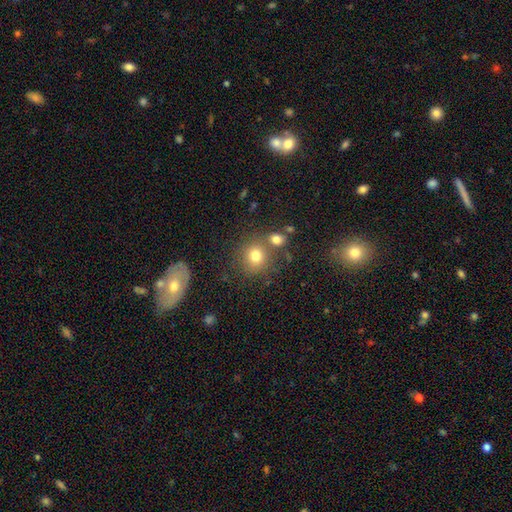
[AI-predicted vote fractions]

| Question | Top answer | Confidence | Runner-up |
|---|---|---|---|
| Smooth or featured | smooth | 77% | star or artifact (13%) |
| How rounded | round | 82% | in between (17%) |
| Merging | none | 65% | merger (19%) |